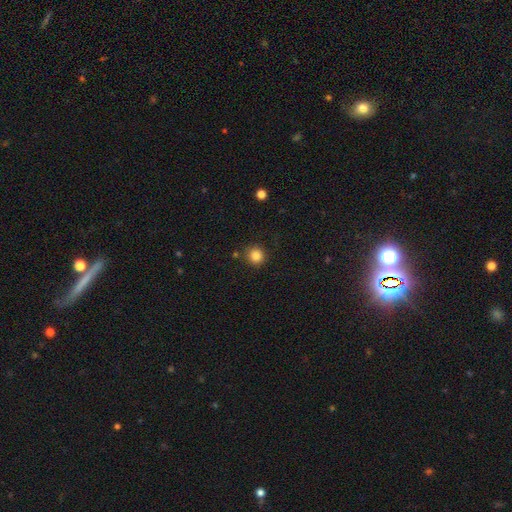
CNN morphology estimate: smooth_or_featured: smooth (p=0.85) [alt: star or artifact p=0.11]
how_rounded: round (p=0.93) [alt: in between p=0.06]
merging: none (p=0.87) [alt: minor disturbance p=0.08]